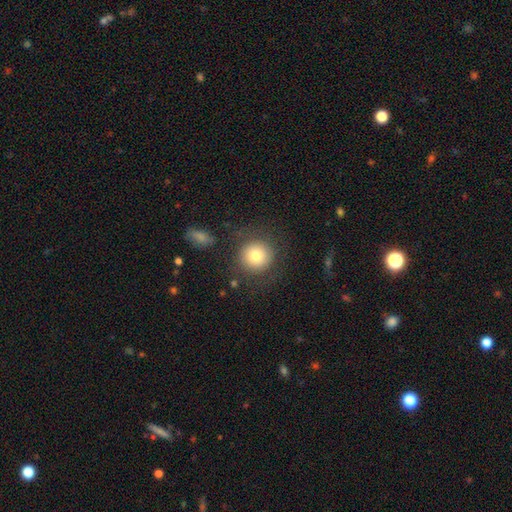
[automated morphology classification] Smooth or featured?
  - smooth: 78% *
  - featured or disk: 12%
  - star or artifact: 10%
How rounded?
  - round: 94% *
  - in between: 5%
  - cigar-shaped: 1%
Merging?
  - none: 81% *
  - minor disturbance: 10%
  - major disturbance: 6%
  - merger: 3%